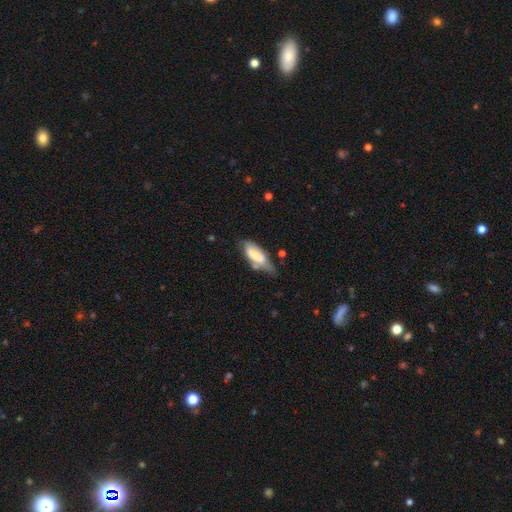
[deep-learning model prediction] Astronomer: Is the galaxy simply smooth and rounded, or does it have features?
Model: smooth — 60%.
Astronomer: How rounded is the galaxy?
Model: in between — 72%.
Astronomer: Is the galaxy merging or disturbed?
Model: none — 40% (runner-up: minor disturbance, 37%).